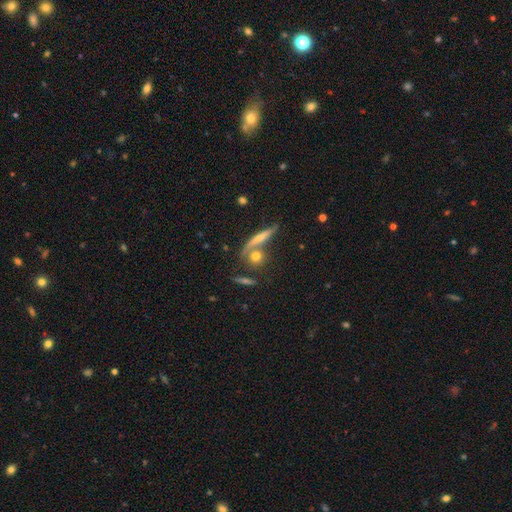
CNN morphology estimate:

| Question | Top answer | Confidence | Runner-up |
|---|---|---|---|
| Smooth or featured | smooth | 52% | featured or disk (36%) |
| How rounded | cigar-shaped | 44% | round (40%) |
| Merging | none | 62% | merger (21%) |